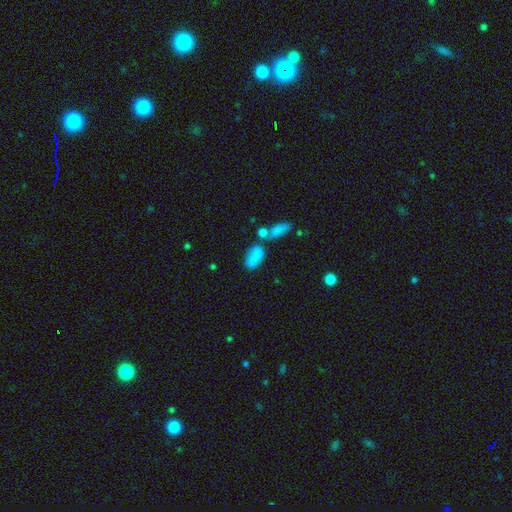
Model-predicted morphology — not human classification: A smooth galaxy with no disk features (78%) that is in between round and cigar-shaped (89%). Merging: merger (38%).